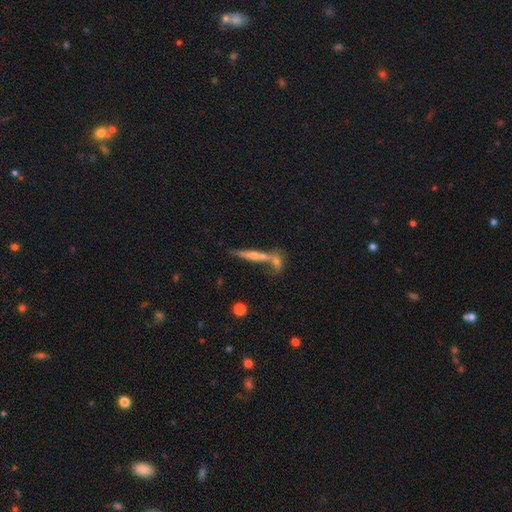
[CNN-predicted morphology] This appears to be a featured or disk galaxy (54%) viewed edge-on (91%). Merging: none (52%).